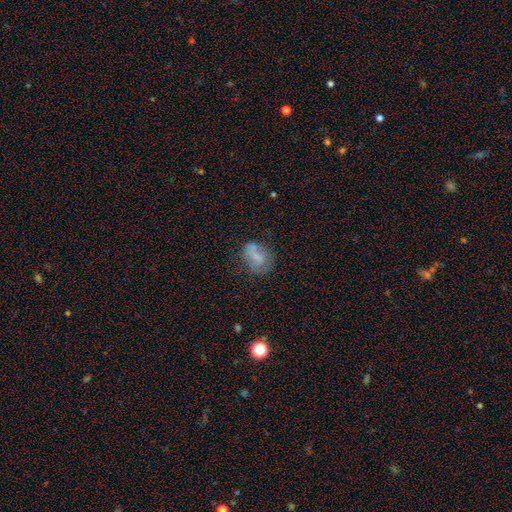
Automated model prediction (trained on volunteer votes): Smooth or featured?
  - smooth: 62% *
  - featured or disk: 26%
  - star or artifact: 12%
How rounded?
  - in between: 66% *
  - round: 32%
  - cigar-shaped: 2%
Merging?
  - none: 47% *
  - minor disturbance: 26%
  - major disturbance: 17%
  - merger: 11%